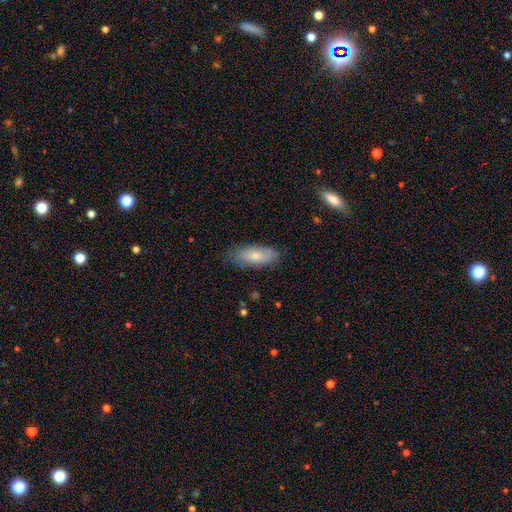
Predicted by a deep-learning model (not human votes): The model was most divided on "smooth or featured": smooth: 76%, featured or disk: 18%, star or artifact: 6%. More confident: how rounded — in between (79%); merging — none (78%).